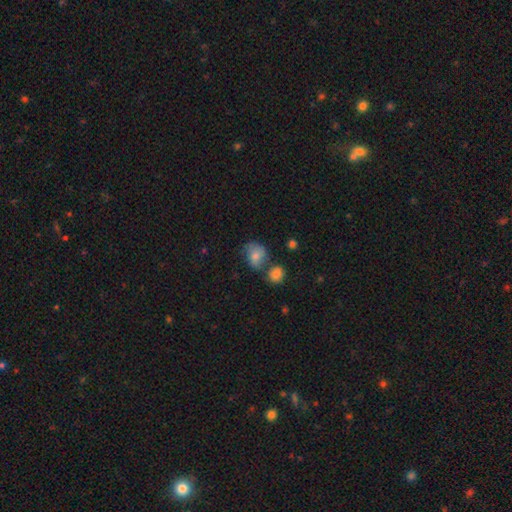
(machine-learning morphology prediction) The model was most divided on "how rounded": round: 55%, in between: 44%, cigar-shaped: 1%. Remaining: smooth or featured — smooth (67%); merging — none (45%).